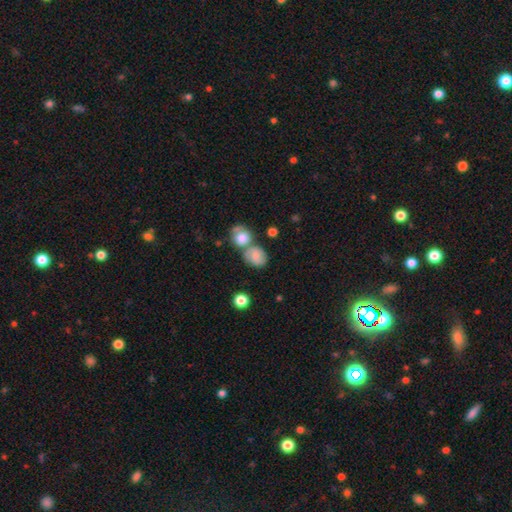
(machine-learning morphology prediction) This appears to be a smooth galaxy with no disk features (75%) that is round (57%). Merging: none (42%).